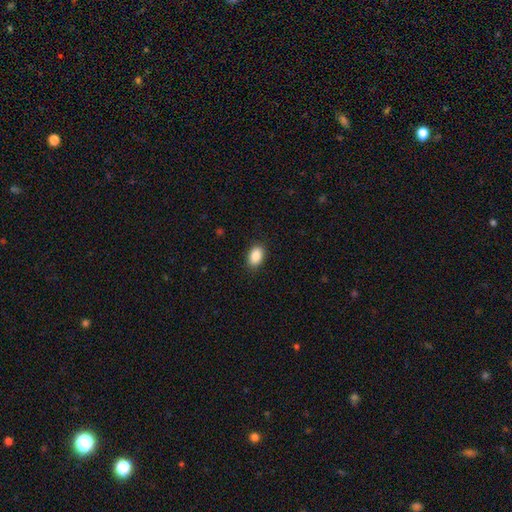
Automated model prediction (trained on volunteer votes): A smooth galaxy with no disk features (89%) that is in between round and cigar-shaped (88%).

Vote fractions:
- Smooth or featured? smooth: 89% / star or artifact: 8% / featured or disk: 4%
- How rounded? in between: 88% / round: 10% / cigar-shaped: 1%
- Merging? none: 89% / minor disturbance: 8% / major disturbance: 2% / merger: 1%